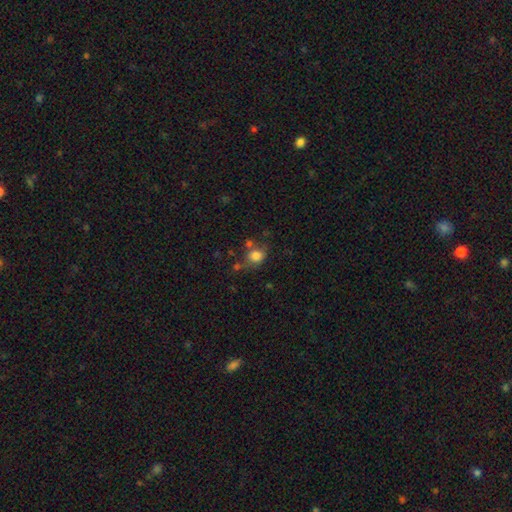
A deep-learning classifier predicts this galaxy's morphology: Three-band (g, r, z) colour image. It shows a smooth galaxy with no disk features (80%) that is round (70%). Merging: none (57%).